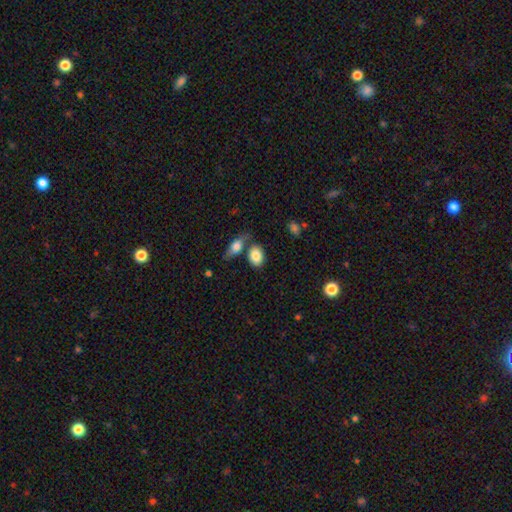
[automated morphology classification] smooth_or_featured: smooth (p=0.83) [alt: featured or disk p=0.10]
how_rounded: in between (p=0.82) [alt: round p=0.16]
merging: none (p=0.58) [alt: merger p=0.24]